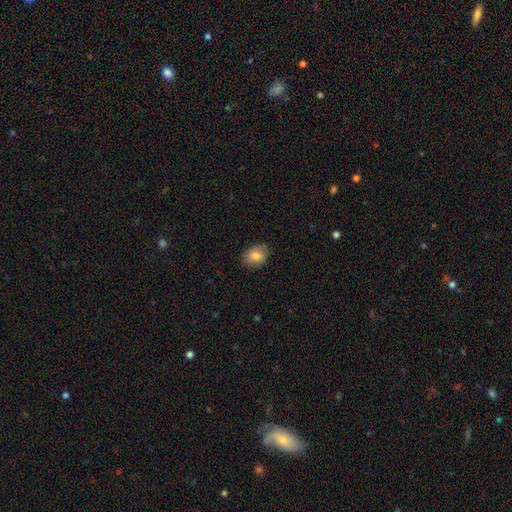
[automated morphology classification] A smooth galaxy with no disk features (74%) that is in between round and cigar-shaped (69%).

Vote fractions:
- Smooth or featured? smooth: 74% / featured or disk: 18% / star or artifact: 8%
- How rounded? in between: 69% / round: 29% / cigar-shaped: 1%
- Merging? none: 75% / minor disturbance: 20% / major disturbance: 4% / merger: 1%